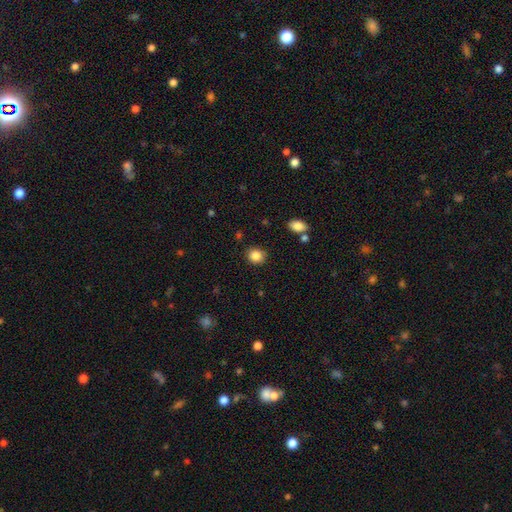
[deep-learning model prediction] Morphology: type=smooth (86%); roundness=round (81%); merging=none (87%).